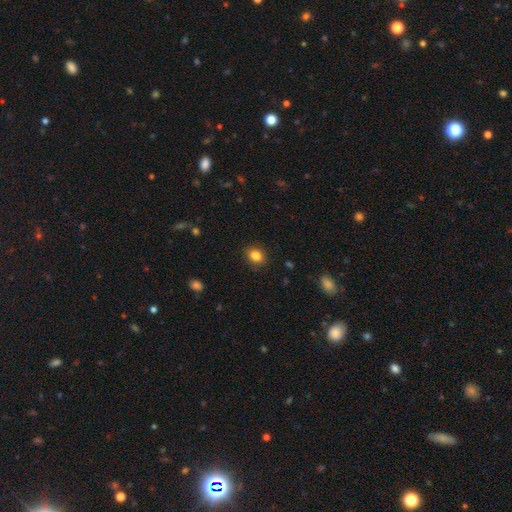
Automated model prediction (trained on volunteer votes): A smooth galaxy with no disk features (84%) that is in between round and cigar-shaped (62%).

Vote fractions:
- Smooth or featured? smooth: 84% / star or artifact: 10% / featured or disk: 6%
- How rounded? in between: 62% / round: 37% / cigar-shaped: 1%
- Merging? none: 87% / minor disturbance: 10% / major disturbance: 2% / merger: 1%